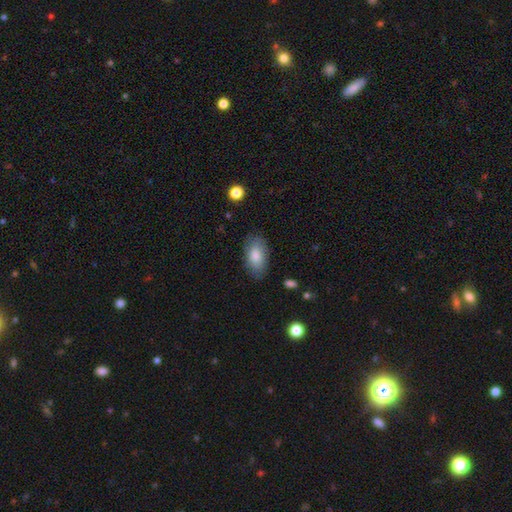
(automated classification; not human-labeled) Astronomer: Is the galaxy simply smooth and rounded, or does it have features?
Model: smooth — 82%.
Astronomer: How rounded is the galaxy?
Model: in between — 93%.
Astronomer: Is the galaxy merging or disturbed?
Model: none — 80%.